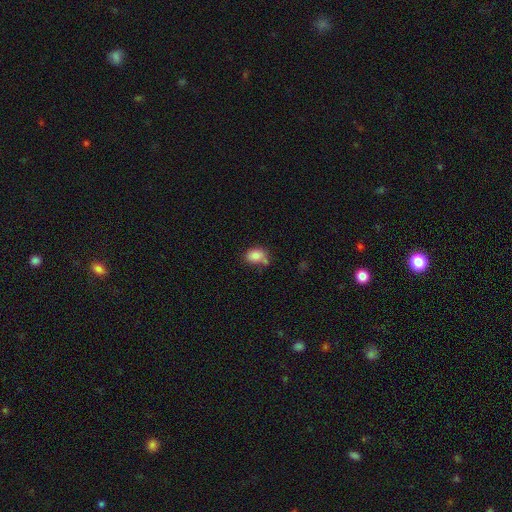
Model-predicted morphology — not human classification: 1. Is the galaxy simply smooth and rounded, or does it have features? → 82% smooth, 9% star or artifact, 9% featured or disk.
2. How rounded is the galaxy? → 68% in between, 31% round, 1% cigar-shaped.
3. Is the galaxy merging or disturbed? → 56% none, 22% minor disturbance, 15% merger, 6% major disturbance.